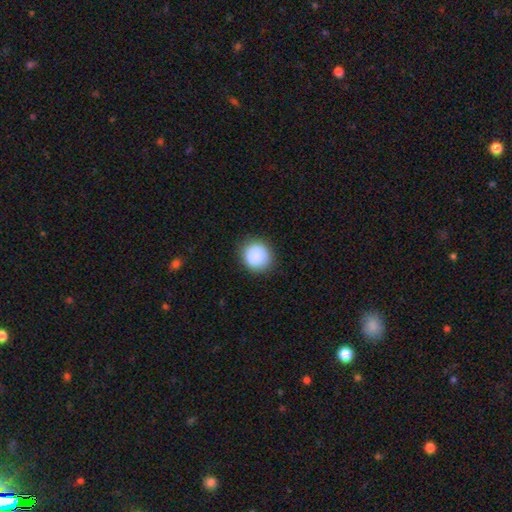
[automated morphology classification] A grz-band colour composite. It shows a smooth galaxy with no disk features (85%) that is round (87%). Merging: none (84%).